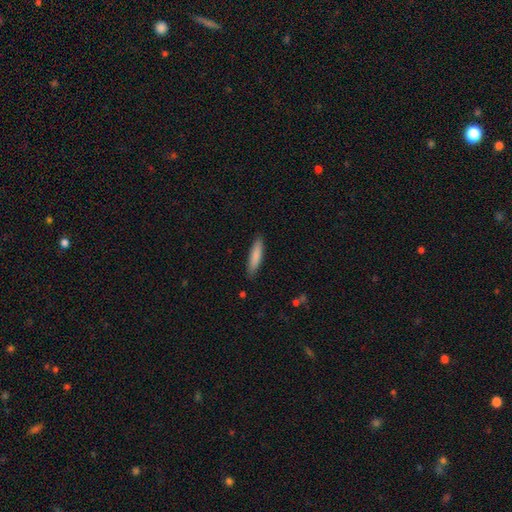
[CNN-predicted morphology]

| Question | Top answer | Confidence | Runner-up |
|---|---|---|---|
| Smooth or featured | smooth | 84% | featured or disk (10%) |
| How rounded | cigar-shaped | 81% | in between (18%) |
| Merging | none | 87% | minor disturbance (10%) |